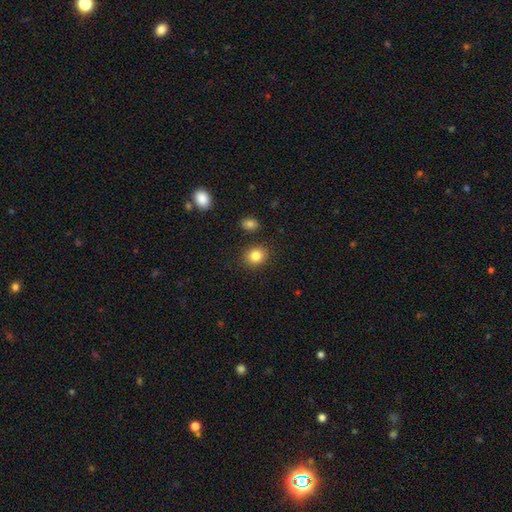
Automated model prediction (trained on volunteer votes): Morphology: type=smooth (84%); roundness=round (70%); merging=none (86%).